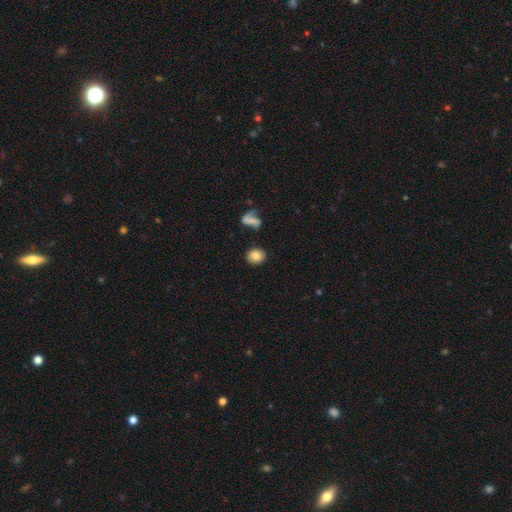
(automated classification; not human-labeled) A smooth galaxy with no disk features (78%) that is round (73%). Merging: none (83%).